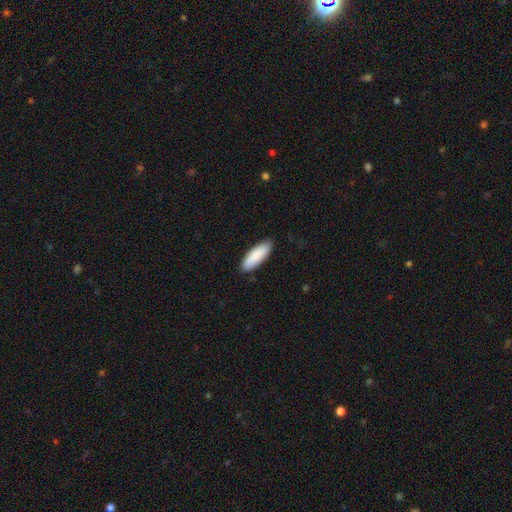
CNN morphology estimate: Smooth or featured?
  - smooth: 88% *
  - featured or disk: 7%
  - star or artifact: 5%
How rounded?
  - in between: 59% *
  - cigar-shaped: 39%
  - round: 1%
Merging?
  - none: 87% *
  - minor disturbance: 10%
  - major disturbance: 2%
  - merger: 1%